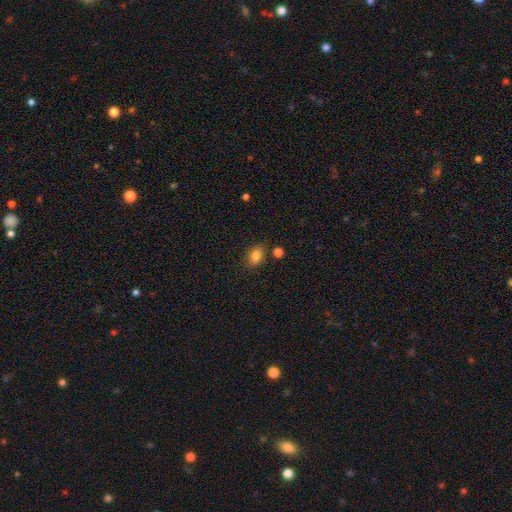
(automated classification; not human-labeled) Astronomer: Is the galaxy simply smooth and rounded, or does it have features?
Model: smooth — 84%.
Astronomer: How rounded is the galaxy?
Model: in between — 77%.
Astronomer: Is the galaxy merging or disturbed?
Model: none — 78%.